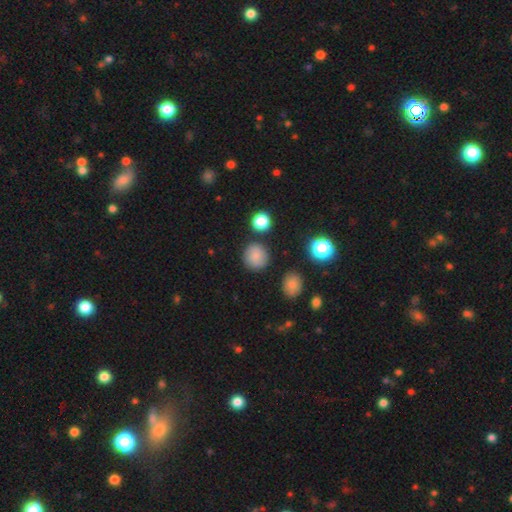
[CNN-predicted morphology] Smooth or featured? Predicted: smooth (p=0.81). How rounded? Predicted: round (p=0.91). Merging? Predicted: none (p=0.85).